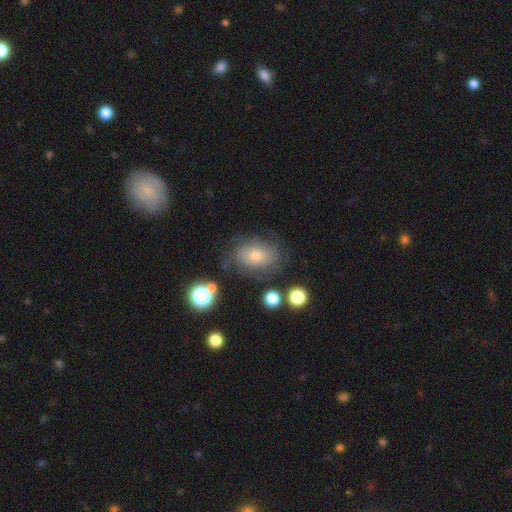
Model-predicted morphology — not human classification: Smooth or featured? Predicted: smooth (p=0.48). Merging? Predicted: none (p=0.66).